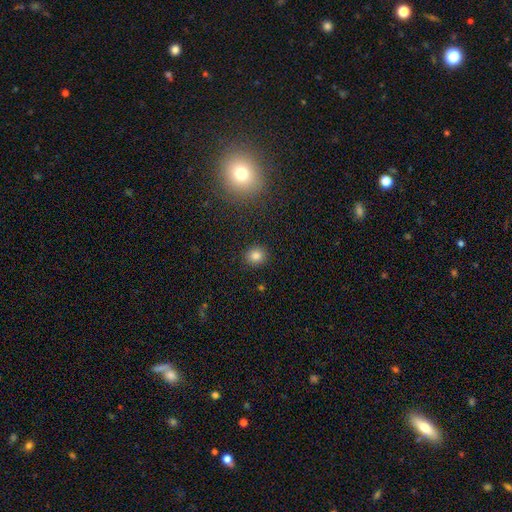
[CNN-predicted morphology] Q: Smooth or featured?
A: smooth (83%); runner-up: star or artifact (12%)
Q: How rounded?
A: round (80%); runner-up: in between (19%)
Q: Merging?
A: none (89%); runner-up: minor disturbance (7%)